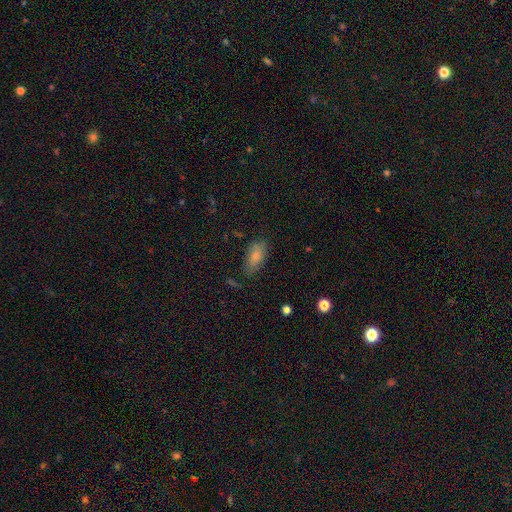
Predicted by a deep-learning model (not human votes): Smooth or featured? Predicted: smooth (p=0.80). How rounded? Predicted: in between (p=0.90). Merging? Predicted: none (p=0.69).